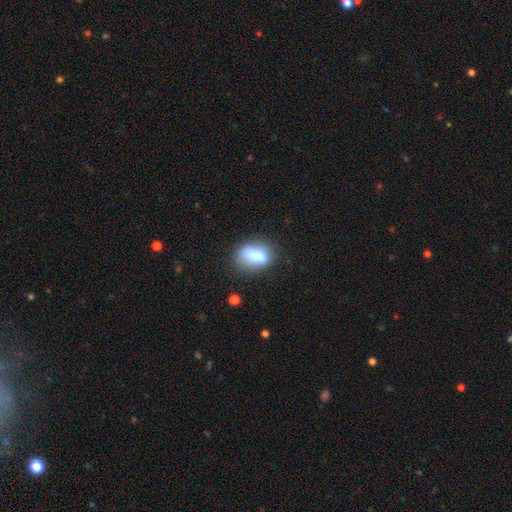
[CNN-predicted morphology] type=smooth (77%); roundness=in between (78%); merging=none (61%).